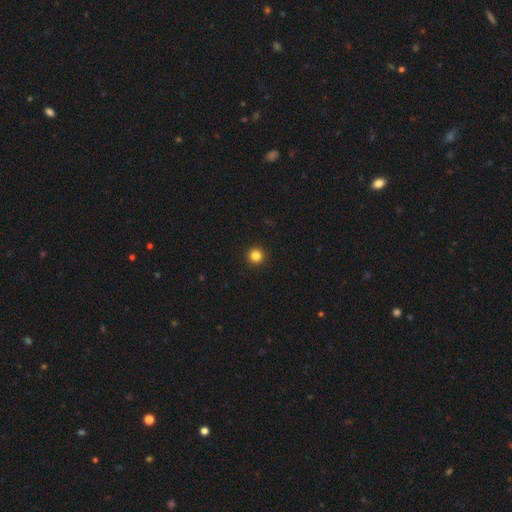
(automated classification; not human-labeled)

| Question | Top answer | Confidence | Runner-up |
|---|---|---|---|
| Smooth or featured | smooth | 84% | star or artifact (12%) |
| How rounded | round | 96% | in between (3%) |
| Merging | none | 94% | minor disturbance (3%) |